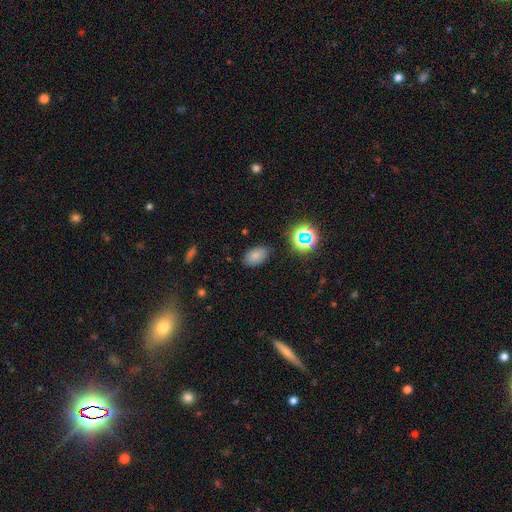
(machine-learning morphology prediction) Smooth or featured?
  - smooth: 75% *
  - star or artifact: 16%
  - featured or disk: 9%
How rounded?
  - in between: 87% *
  - round: 11%
  - cigar-shaped: 1%
Merging?
  - none: 82% *
  - minor disturbance: 12%
  - major disturbance: 3%
  - merger: 2%